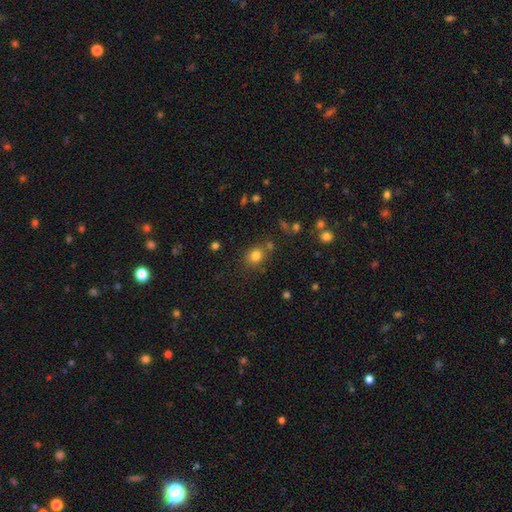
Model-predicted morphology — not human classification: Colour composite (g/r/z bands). It shows a smooth galaxy with no disk features (80%) that is round (70%). Merging: none (72%).